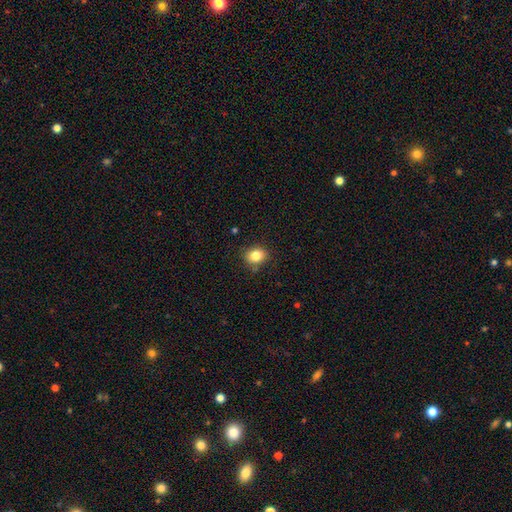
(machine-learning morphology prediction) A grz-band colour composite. It shows a smooth galaxy with no disk features (82%) that is round (60%). Merging: none (83%).